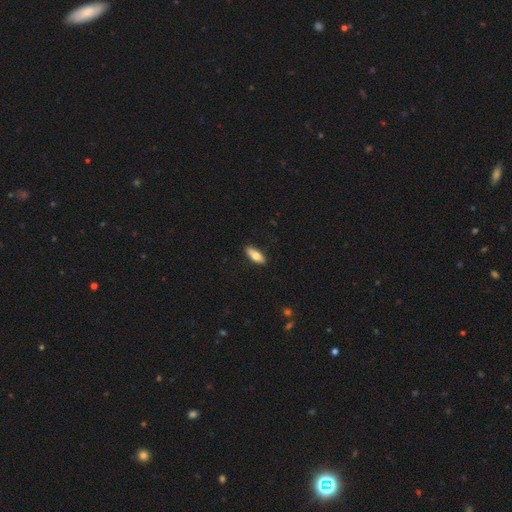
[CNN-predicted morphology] Smooth or featured? smooth (70%)
How rounded? in between (65%)
Merging? none (87%)